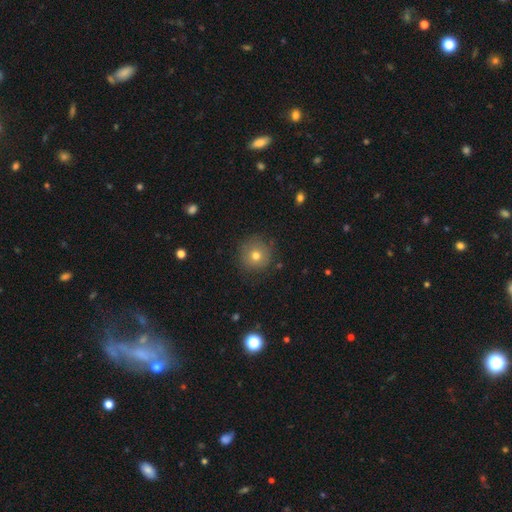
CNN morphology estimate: Smooth or featured: smooth — 72% (featured or disk — 14%)
How rounded: round — 94% (in between — 5%)
Merging: none — 84% (minor disturbance — 11%)